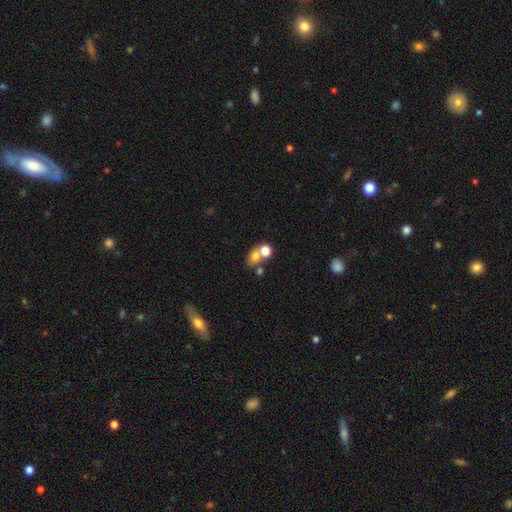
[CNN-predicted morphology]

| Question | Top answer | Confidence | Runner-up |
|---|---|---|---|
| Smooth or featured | smooth | 70% | featured or disk (16%) |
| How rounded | round | 56% | in between (43%) |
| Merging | merger | 51% | none (36%) |